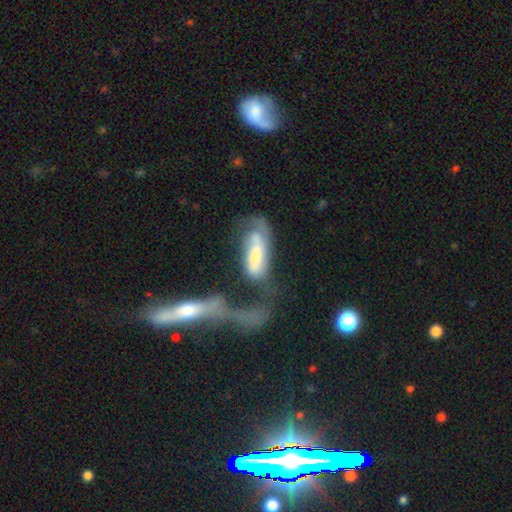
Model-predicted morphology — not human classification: Smooth or featured? Predicted: smooth (p=0.49). Merging? Predicted: merger (p=0.39).